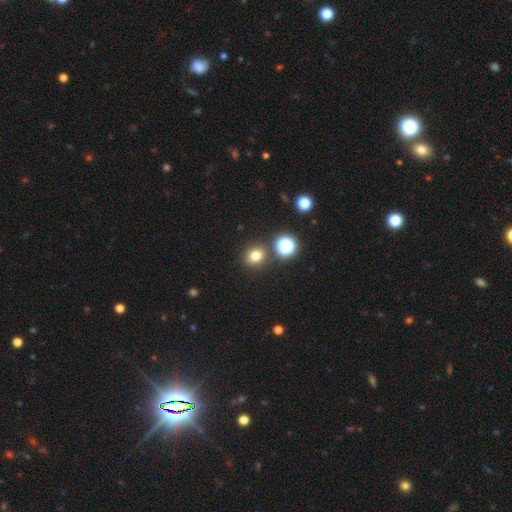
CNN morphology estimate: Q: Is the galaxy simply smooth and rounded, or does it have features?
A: smooth — 75%.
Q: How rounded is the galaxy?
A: round — 77%.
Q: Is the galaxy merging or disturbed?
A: none — 83%.